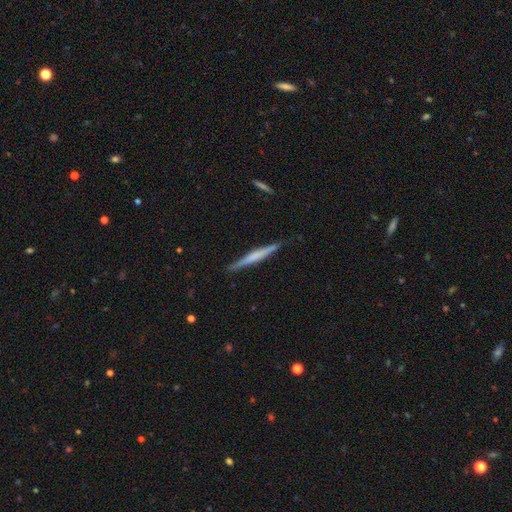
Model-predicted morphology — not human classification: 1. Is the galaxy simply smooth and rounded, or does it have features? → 58% featured or disk, 37% smooth, 6% star or artifact.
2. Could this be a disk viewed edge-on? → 98% yes, 2% no.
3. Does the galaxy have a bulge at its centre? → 47% none, 32% rounded, 20% boxy.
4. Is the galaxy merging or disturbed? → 88% none, 9% minor disturbance, 2% major disturbance, 1% merger.